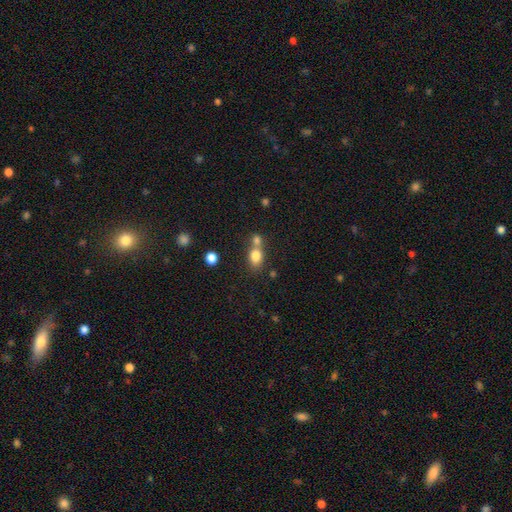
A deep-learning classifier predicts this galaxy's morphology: Overall: smooth (80%). How rounded: in between (60%; round 38%). Merging: merger (48%; none 39%).